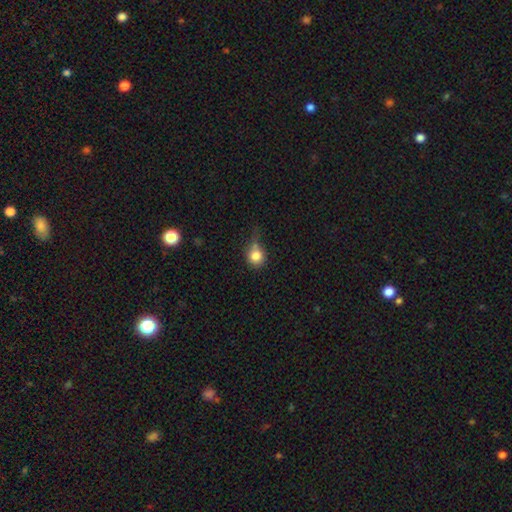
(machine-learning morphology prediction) Smooth or featured: smooth — 81% (star or artifact — 10%)
How rounded: round — 83% (in between — 16%)
Merging: none — 42% (minor disturbance — 29%)